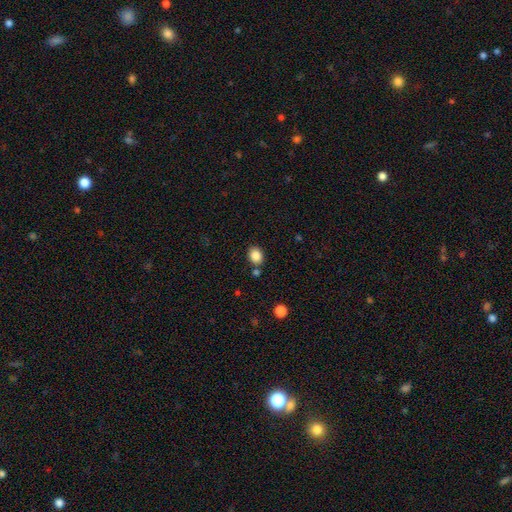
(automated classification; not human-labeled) This appears to be a smooth galaxy with no disk features (86%) that is round (52%). Merging: none (77%).